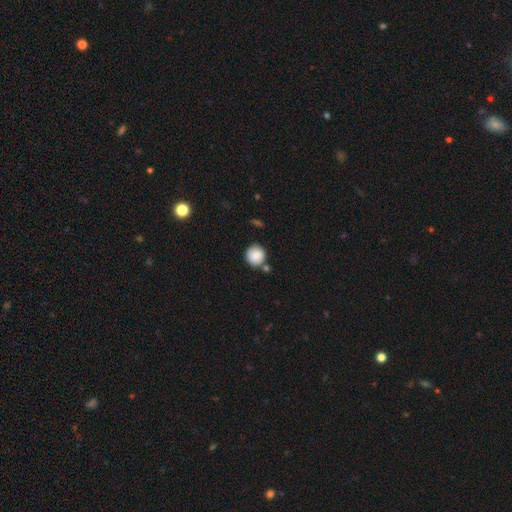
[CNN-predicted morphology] Q: Smooth or featured?
A: smooth (86%); runner-up: star or artifact (8%)
Q: How rounded?
A: round (93%); runner-up: in between (6%)
Q: Merging?
A: none (73%); runner-up: minor disturbance (12%)